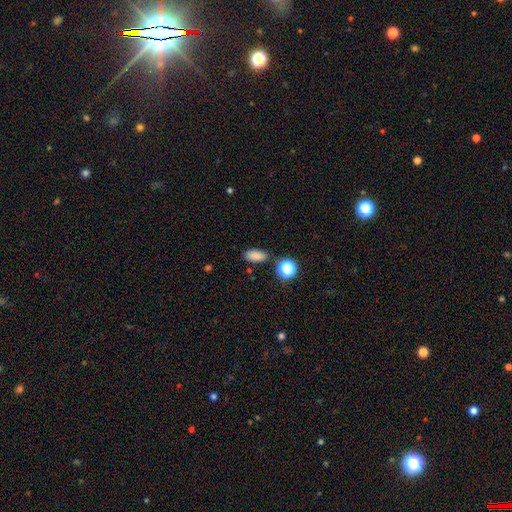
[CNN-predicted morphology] Smooth or featured: smooth — 84% (star or artifact — 12%)
How rounded: in between — 85% (round — 8%)
Merging: none — 83% (minor disturbance — 10%)